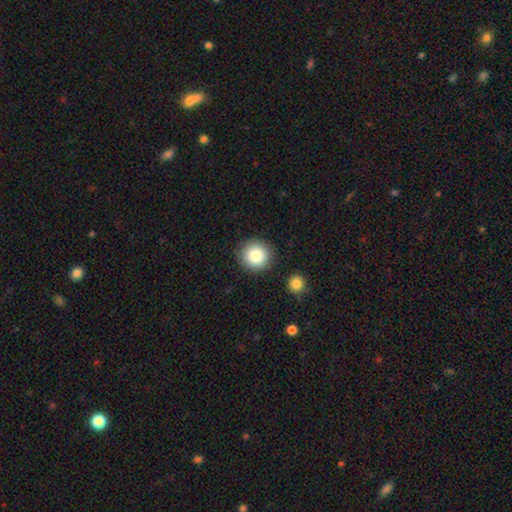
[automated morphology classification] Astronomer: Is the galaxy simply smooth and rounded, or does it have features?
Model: smooth — 85%.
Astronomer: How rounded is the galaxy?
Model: round — 93%.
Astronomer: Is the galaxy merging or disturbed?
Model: none — 87%.